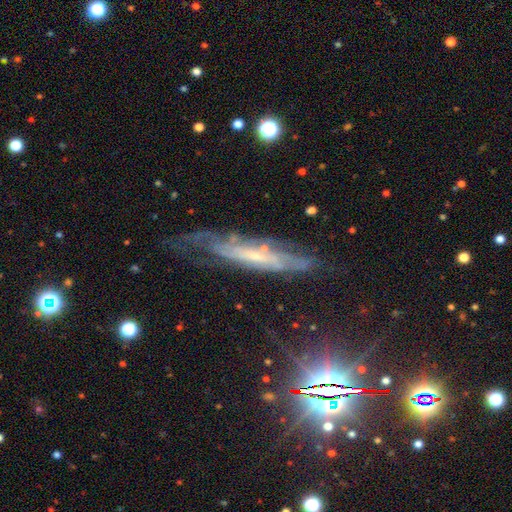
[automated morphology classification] A featured or disk galaxy (73%).

Vote fractions:
- Smooth or featured? featured or disk: 73% / smooth: 15% / star or artifact: 11%
- Edge-on disk? no: 51% / yes: 49%
- Merging? none: 59% / minor disturbance: 26% / major disturbance: 13% / merger: 3%